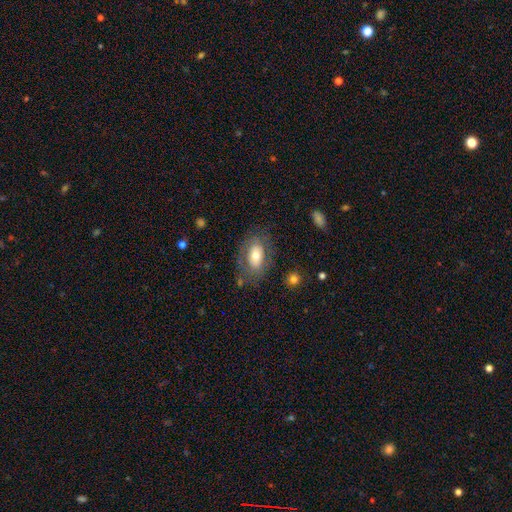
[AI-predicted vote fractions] A smooth galaxy with no disk features (61%) that is in between round and cigar-shaped (88%).

Vote fractions:
- Smooth or featured? smooth: 61% / featured or disk: 31% / star or artifact: 7%
- How rounded? in between: 88% / round: 10% / cigar-shaped: 2%
- Merging? none: 72% / minor disturbance: 16% / major disturbance: 9% / merger: 2%